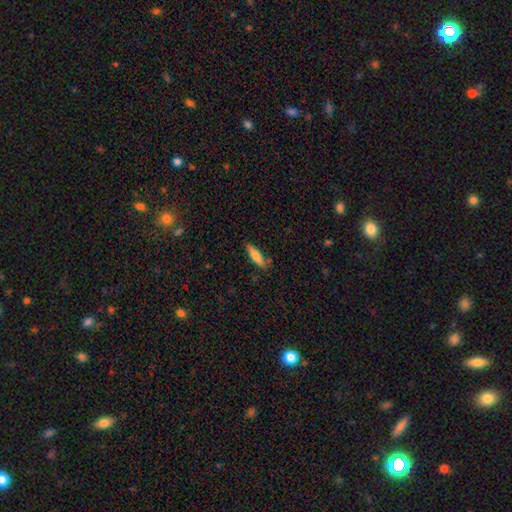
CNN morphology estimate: Overall: smooth (74%). How rounded: cigar-shaped (64%; in between 35%). Merging: none (80%).